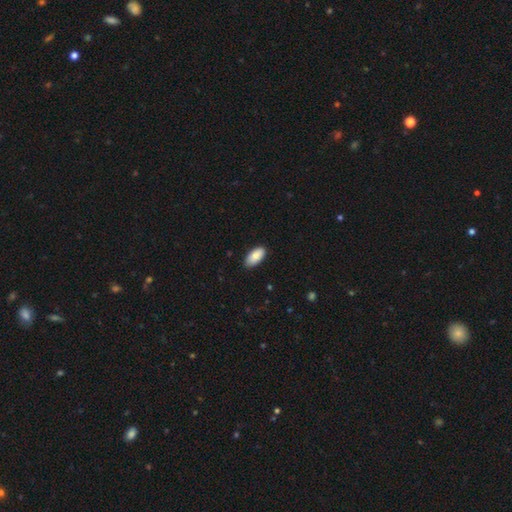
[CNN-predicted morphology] Q: Smooth or featured?
A: smooth (88%); runner-up: star or artifact (6%)
Q: How rounded?
A: in between (93%); runner-up: cigar-shaped (5%)
Q: Merging?
A: none (85%); runner-up: minor disturbance (12%)